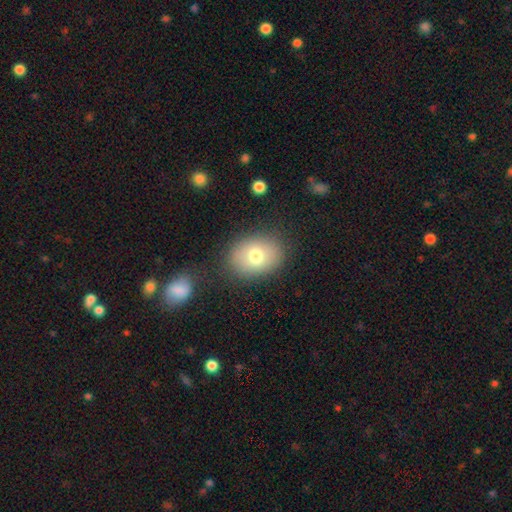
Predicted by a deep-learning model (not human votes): A smooth galaxy with no disk features (74%) that is in between round and cigar-shaped (61%).

Vote fractions:
- Smooth or featured? smooth: 74% / featured or disk: 16% / star or artifact: 10%
- How rounded? in between: 61% / round: 38% / cigar-shaped: 1%
- Merging? none: 81% / minor disturbance: 11% / merger: 4% / major disturbance: 4%